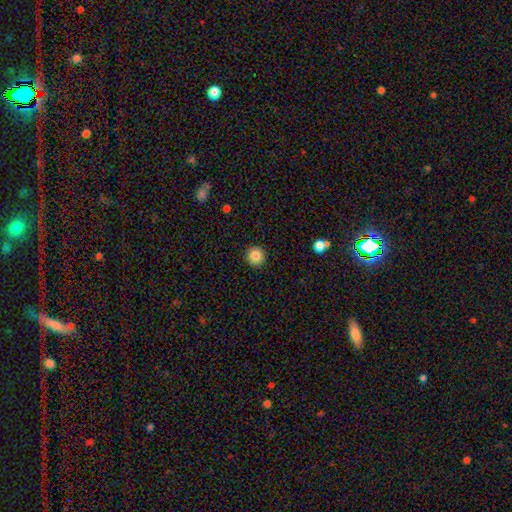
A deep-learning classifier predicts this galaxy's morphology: smooth_or_featured: smooth (p=0.85) [alt: star or artifact p=0.10]
how_rounded: round (p=0.94) [alt: in between p=0.06]
merging: none (p=0.92) [alt: minor disturbance p=0.05]